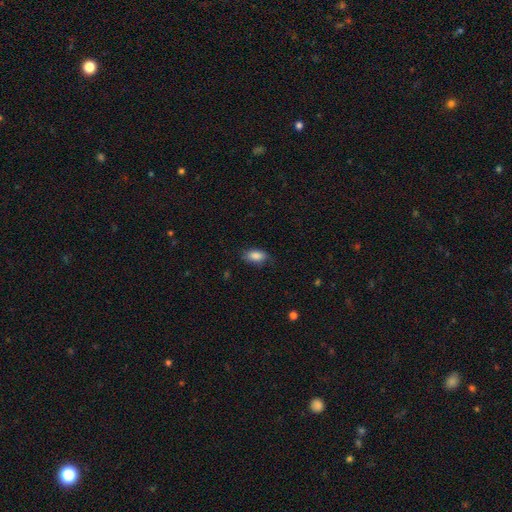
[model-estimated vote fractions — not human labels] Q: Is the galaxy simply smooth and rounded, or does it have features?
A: smooth — 87%.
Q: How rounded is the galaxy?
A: in between — 90%.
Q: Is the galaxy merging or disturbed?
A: none — 78%.